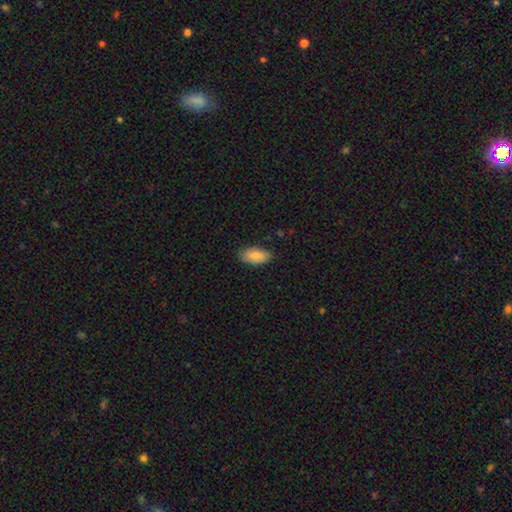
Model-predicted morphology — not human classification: Smooth or featured? smooth (84%)
How rounded? in between (93%)
Merging? none (82%)